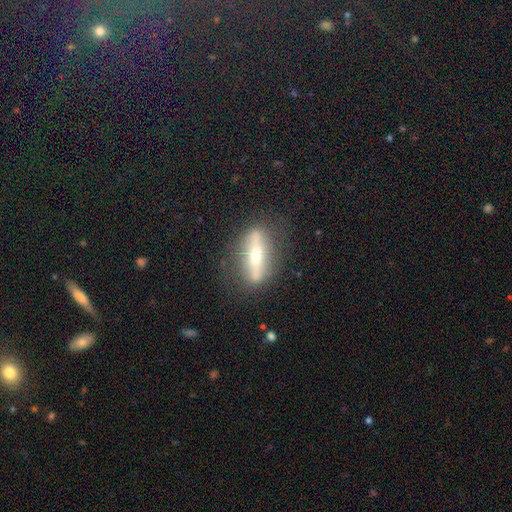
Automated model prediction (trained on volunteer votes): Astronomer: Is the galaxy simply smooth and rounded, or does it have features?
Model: featured or disk — 67%.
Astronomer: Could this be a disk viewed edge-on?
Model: yes — 69%.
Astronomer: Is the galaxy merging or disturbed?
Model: none — 78%.